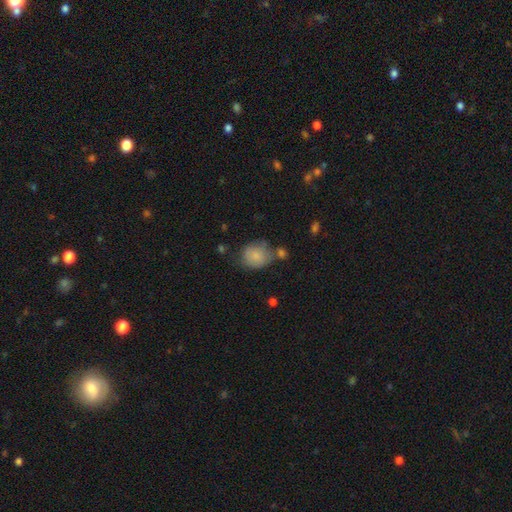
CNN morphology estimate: Smooth or featured?
  - smooth: 78% *
  - featured or disk: 14%
  - star or artifact: 8%
How rounded?
  - round: 67% *
  - in between: 32%
  - cigar-shaped: 1%
Merging?
  - none: 51% *
  - minor disturbance: 26%
  - merger: 14%
  - major disturbance: 10%